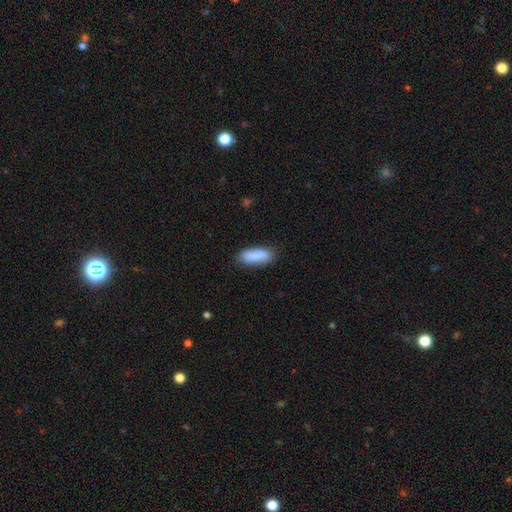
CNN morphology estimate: Smooth or featured: smooth — 87% (star or artifact — 7%)
How rounded: in between — 66% (cigar-shaped — 32%)
Merging: none — 78% (minor disturbance — 17%)